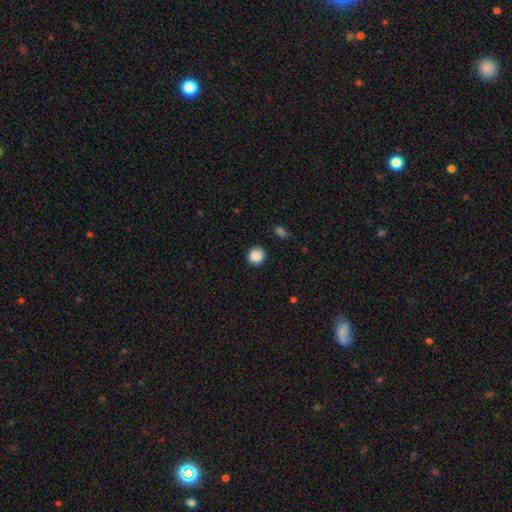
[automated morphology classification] type=smooth (88%); roundness=round (90%); merging=none (90%).